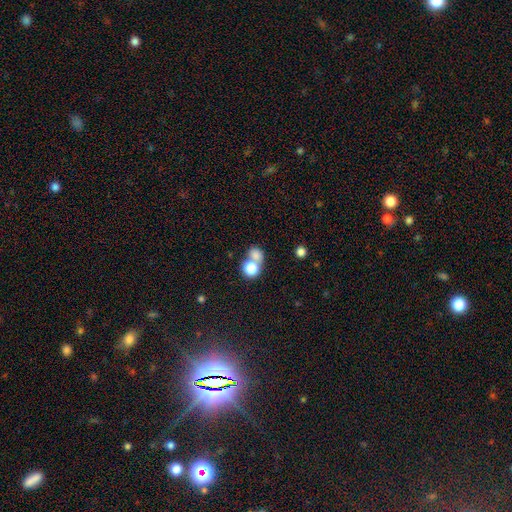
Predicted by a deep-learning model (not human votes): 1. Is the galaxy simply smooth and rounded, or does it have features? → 78% smooth, 13% star or artifact, 10% featured or disk.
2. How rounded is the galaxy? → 70% round, 29% in between, 1% cigar-shaped.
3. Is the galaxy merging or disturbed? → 51% merger, 38% none, 7% minor disturbance, 5% major disturbance.